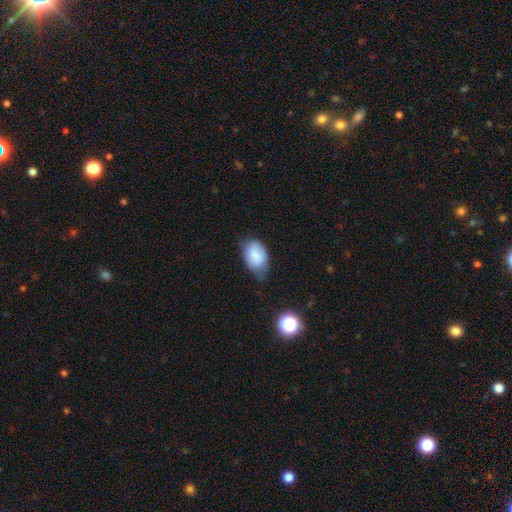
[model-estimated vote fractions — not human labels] This appears to be a smooth galaxy with no disk features (78%) that is in between round and cigar-shaped (89%). Merging: none (49%).